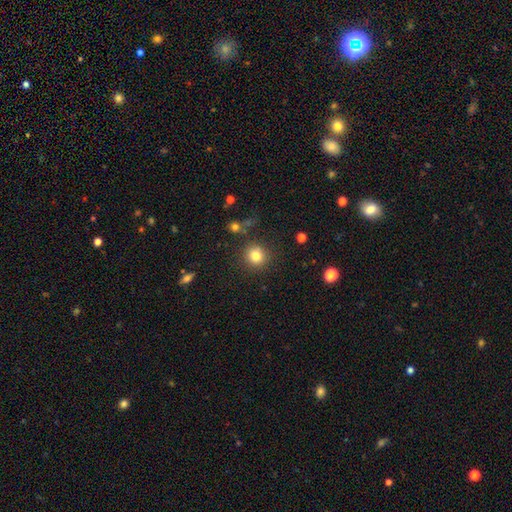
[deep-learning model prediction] Q: Smooth or featured?
A: smooth (81%); runner-up: star or artifact (12%)
Q: How rounded?
A: round (91%); runner-up: in between (8%)
Q: Merging?
A: none (85%); runner-up: minor disturbance (8%)